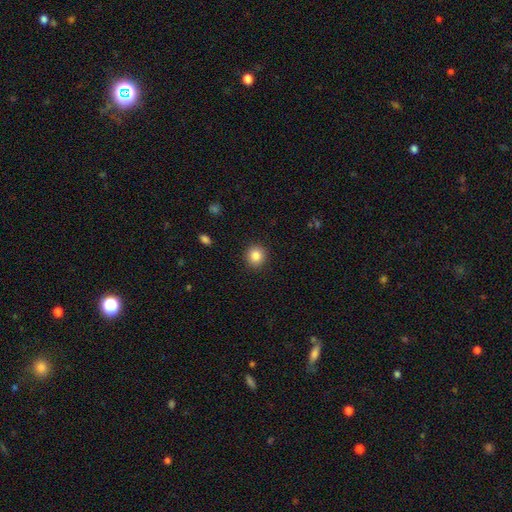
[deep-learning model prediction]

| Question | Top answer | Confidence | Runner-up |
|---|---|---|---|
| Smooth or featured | smooth | 84% | star or artifact (10%) |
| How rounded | round | 90% | in between (9%) |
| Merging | none | 92% | minor disturbance (6%) |